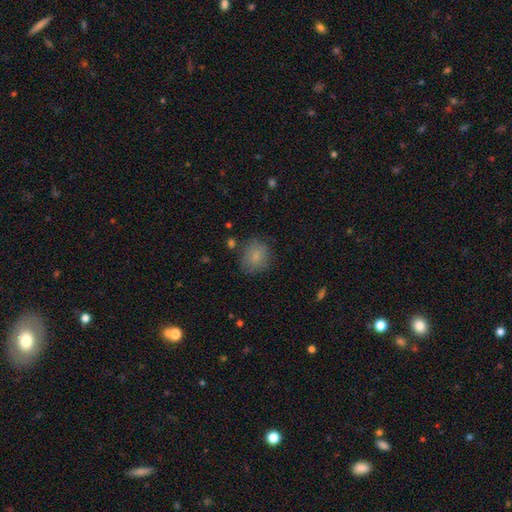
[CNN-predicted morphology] Q: Smooth or featured?
A: smooth (81%); runner-up: featured or disk (10%)
Q: How rounded?
A: round (81%); runner-up: in between (18%)
Q: Merging?
A: none (78%); runner-up: minor disturbance (15%)